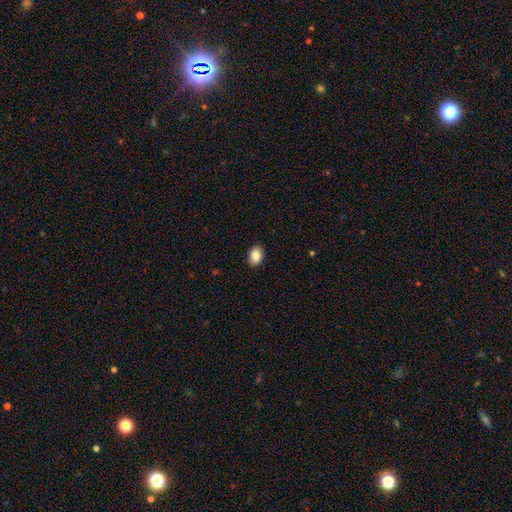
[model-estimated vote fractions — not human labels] The model was most divided on "how rounded": in between: 79%, round: 20%, cigar-shaped: 1%. More confident: merging — none (90%); smooth or featured — smooth (87%).